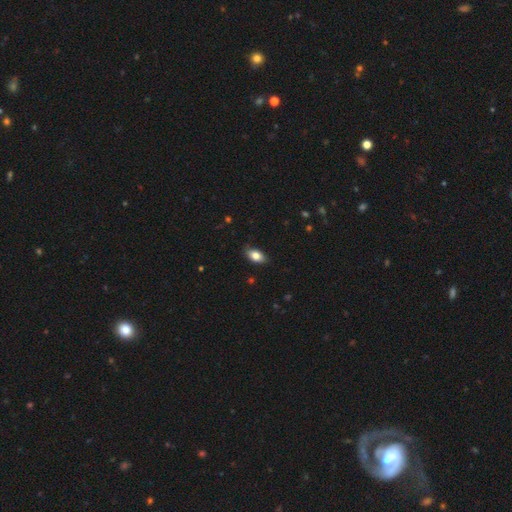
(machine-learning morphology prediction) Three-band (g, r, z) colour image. It shows a smooth galaxy with no disk features (81%) that is in between round and cigar-shaped (90%). Merging: none (84%).